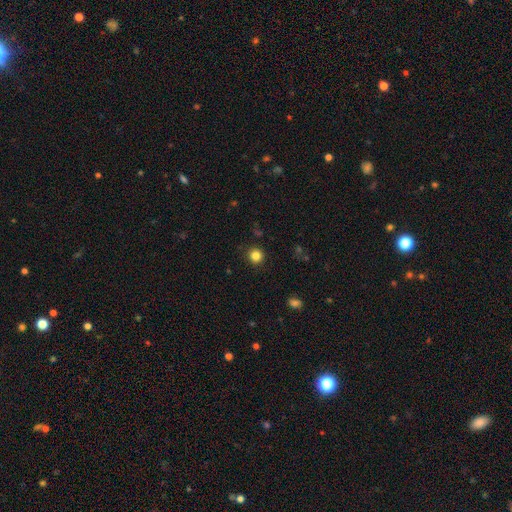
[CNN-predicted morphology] smooth 83%, star or artifact 12%, featured or disk 4%. Down the decision tree: how rounded — round (93%); merging — none (91%).